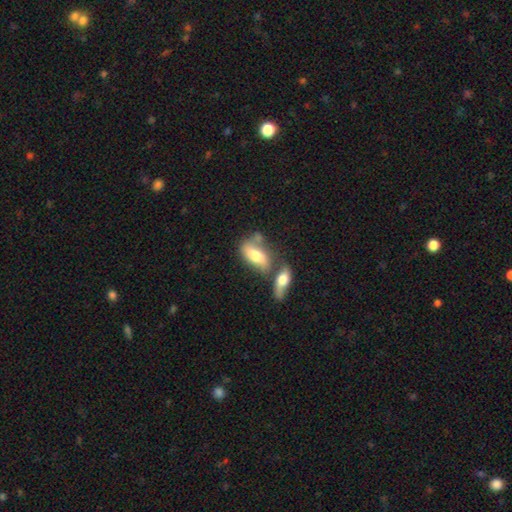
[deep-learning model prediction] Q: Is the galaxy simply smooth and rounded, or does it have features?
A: smooth — 64%.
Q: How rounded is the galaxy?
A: in between — 83%.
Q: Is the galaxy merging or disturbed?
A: merger — 46%.